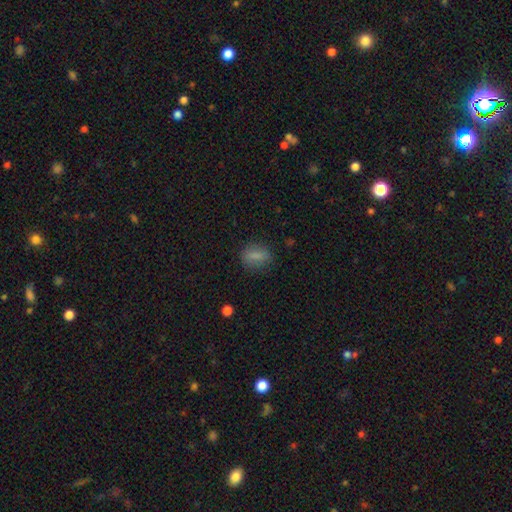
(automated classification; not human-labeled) smooth_or_featured: smooth (p=0.81) [alt: star or artifact p=0.10]
how_rounded: in between (p=0.65) [alt: round p=0.28]
merging: none (p=0.82) [alt: minor disturbance p=0.13]